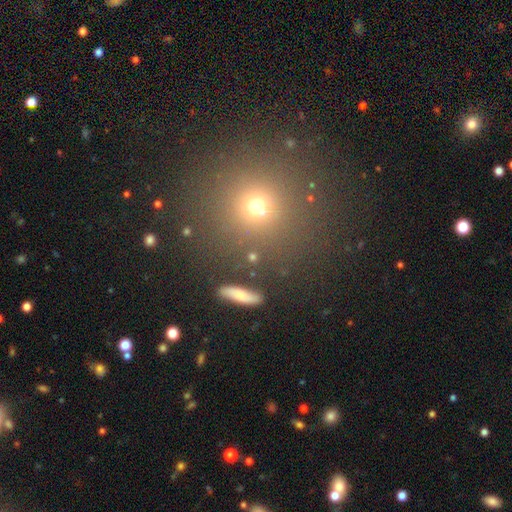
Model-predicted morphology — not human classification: Smooth or featured?
  - smooth: 58% *
  - star or artifact: 32%
  - featured or disk: 11%
How rounded?
  - round: 87% *
  - in between: 10%
  - cigar-shaped: 4%
Merging?
  - none: 85% *
  - minor disturbance: 7%
  - merger: 5%
  - major disturbance: 3%